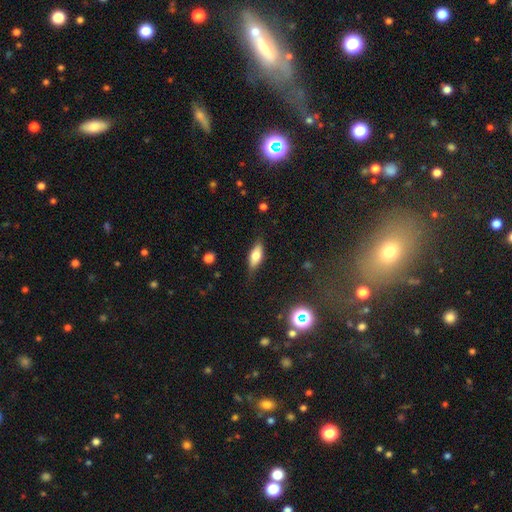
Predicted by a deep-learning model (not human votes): smooth_or_featured: smooth (p=0.66) [alt: featured or disk p=0.26]
how_rounded: in between (p=0.72) [alt: cigar-shaped p=0.25]
merging: none (p=0.78) [alt: minor disturbance p=0.17]